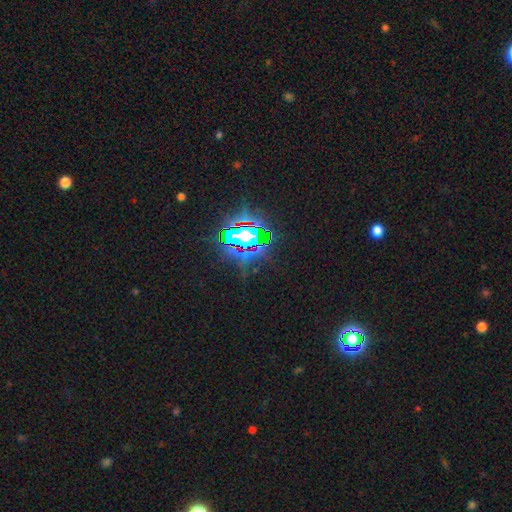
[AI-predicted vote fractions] Smooth or featured? Predicted: star or artifact (p=0.82).